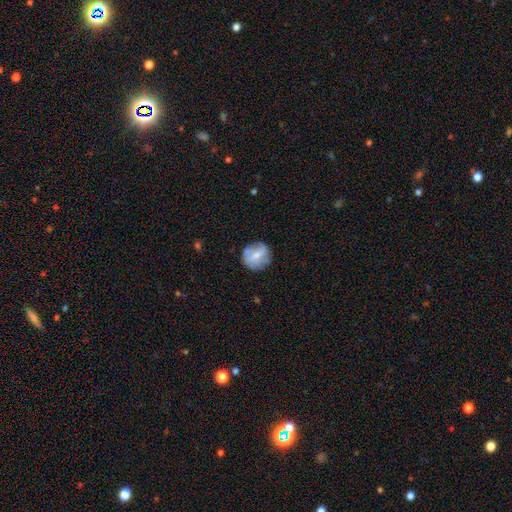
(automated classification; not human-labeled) Smooth or featured: smooth — 51% (featured or disk — 41%)
How rounded: round — 78% (in between — 21%)
Merging: none — 70% (minor disturbance — 20%)